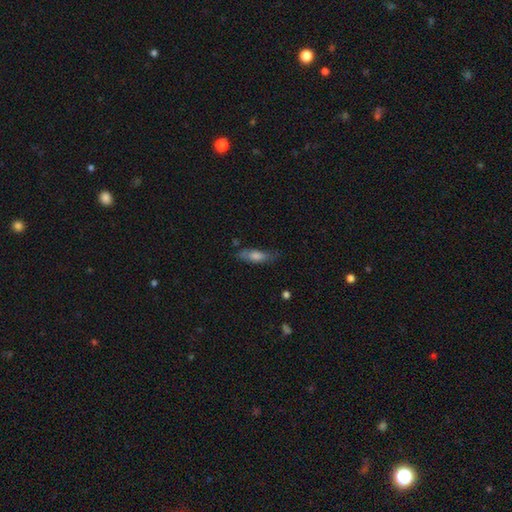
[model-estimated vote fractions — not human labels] The model was most divided on "how rounded": cigar-shaped: 53%, in between: 44%, round: 3%. More confident: merging — none (66%); smooth or featured — smooth (58%).